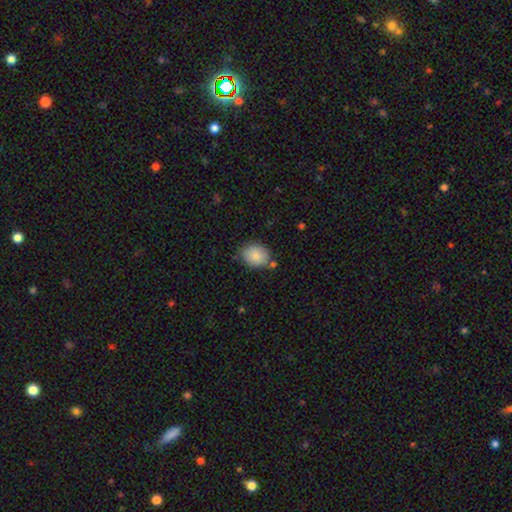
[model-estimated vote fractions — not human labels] smooth-or-featured: smooth: 83% | featured or disk: 9% | star or artifact: 8%
  how-rounded: round: 52% | in between: 47% | cigar-shaped: 1%
  merging: none: 74% | minor disturbance: 16% | merger: 6% | major disturbance: 3%